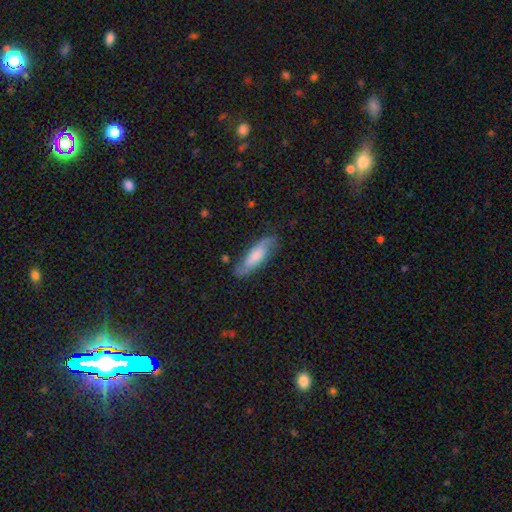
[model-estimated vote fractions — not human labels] The model was most divided on "how rounded" (2-way tie): cigar-shaped: 49%, in between: 49%, round: 2%. More confident: merging — none (75%); smooth or featured — smooth (52%).